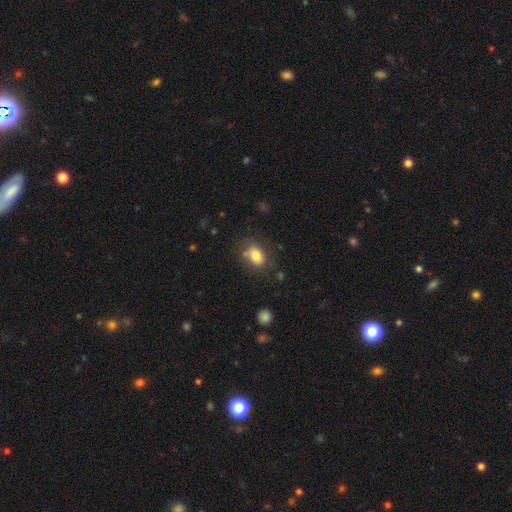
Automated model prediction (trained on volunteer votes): A smooth galaxy with no disk features (80%) that is in between round and cigar-shaped (71%).

Vote fractions:
- Smooth or featured? smooth: 80% / featured or disk: 11% / star or artifact: 9%
- How rounded? in between: 71% / round: 28% / cigar-shaped: 1%
- Merging? none: 69% / minor disturbance: 20% / major disturbance: 7% / merger: 4%